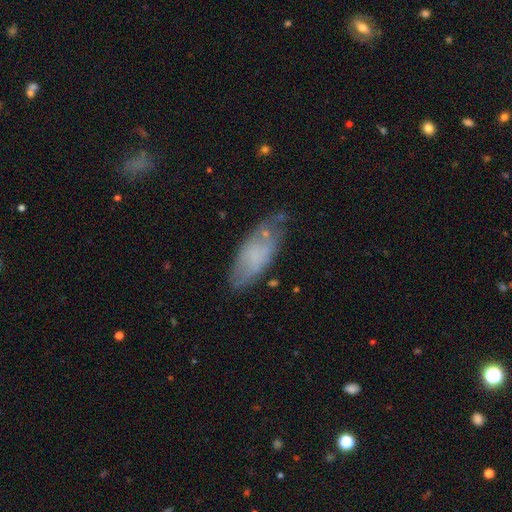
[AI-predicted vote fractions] A smooth galaxy with no disk features (60%) that is in between round and cigar-shaped (77%). Merging: none (62%).